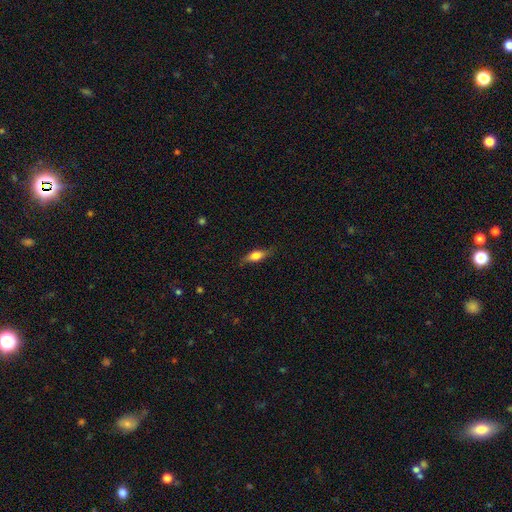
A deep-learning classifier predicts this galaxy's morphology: Smooth or featured? smooth (66%)
How rounded? in between (62%)
Merging? none (80%)